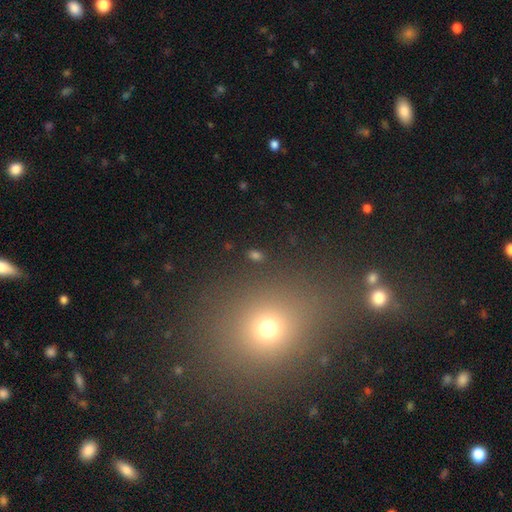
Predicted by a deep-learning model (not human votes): smooth 57%, star or artifact 33%, featured or disk 10%. Down the decision tree: how rounded — round (60%); merging — none (82%).